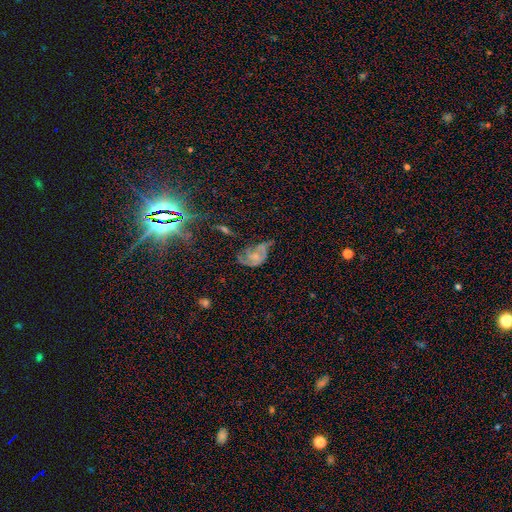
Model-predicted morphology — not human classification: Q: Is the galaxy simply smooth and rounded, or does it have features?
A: featured or disk — 61%.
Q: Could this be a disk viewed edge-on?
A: no — 97%.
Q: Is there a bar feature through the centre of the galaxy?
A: no — 68%.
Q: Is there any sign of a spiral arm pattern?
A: yes — 77%.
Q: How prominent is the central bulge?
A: small — 55%.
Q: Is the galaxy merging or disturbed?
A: major disturbance — 34%.